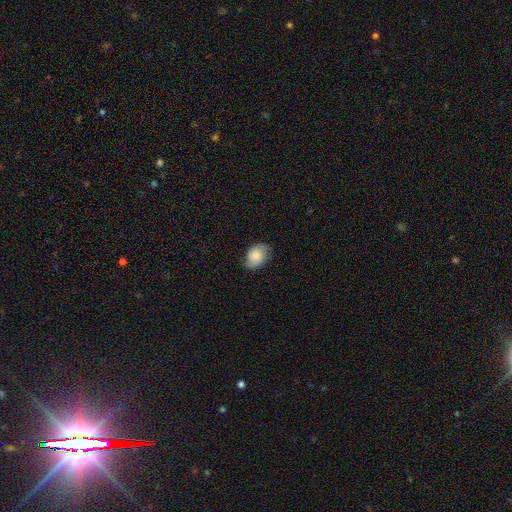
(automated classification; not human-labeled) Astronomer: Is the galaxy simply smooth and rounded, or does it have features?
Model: smooth — 71%.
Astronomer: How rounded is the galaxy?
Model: in between — 77%.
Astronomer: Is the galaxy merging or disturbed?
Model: none — 63%.